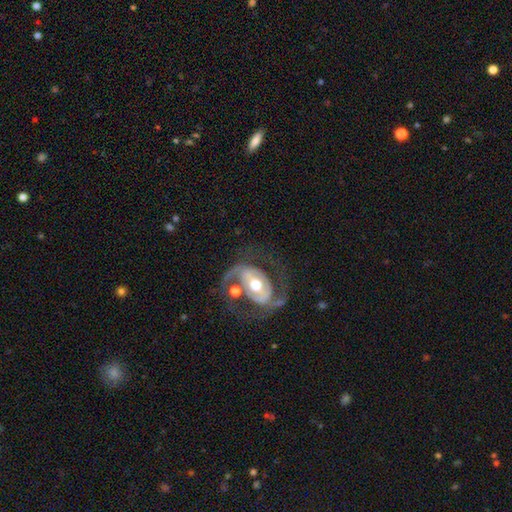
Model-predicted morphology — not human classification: A featured or disk galaxy (79%) with a strong bar (40%), 2 (82%) medium (47%) spiral arms (80%) and a moderate central bulge (62%).

Vote fractions:
- Smooth or featured? featured or disk: 79% / star or artifact: 11% / smooth: 10%
- Edge-on disk? no: 92% / yes: 8%
- Bar? strong: 40% / weak: 33% / no: 27%
- Spiral arms? yes: 80% / no: 20%
- Spiral winding? medium: 47% / tight: 28% / loose: 25%
- Spiral arm count? 2: 82% / can't tell: 8% / 1: 4% / 3: 3% / 4: 2% / more than 4: 2%
- Bulge size? moderate: 62% / small: 25% / large: 9% / dominant: 2% / none: 2%
- Merging? none: 69% / minor disturbance: 12% / major disturbance: 11% / merger: 8%